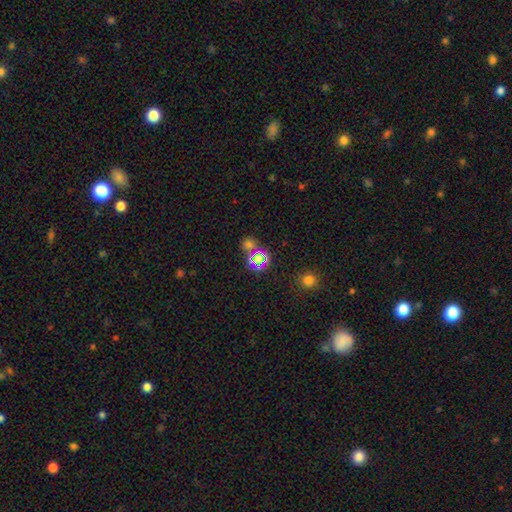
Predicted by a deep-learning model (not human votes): A star or artifact, not a galaxy (55%).

Vote fractions:
- Smooth or featured? star or artifact: 55% / smooth: 36% / featured or disk: 10%